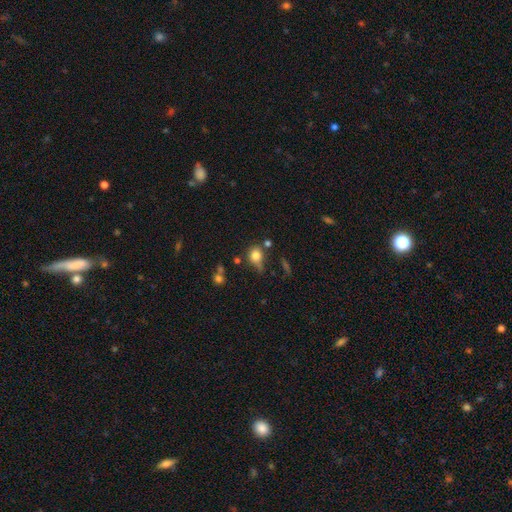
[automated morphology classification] This appears to be a smooth galaxy with no disk features (79%) that is round (64%). Merging: none (49%).